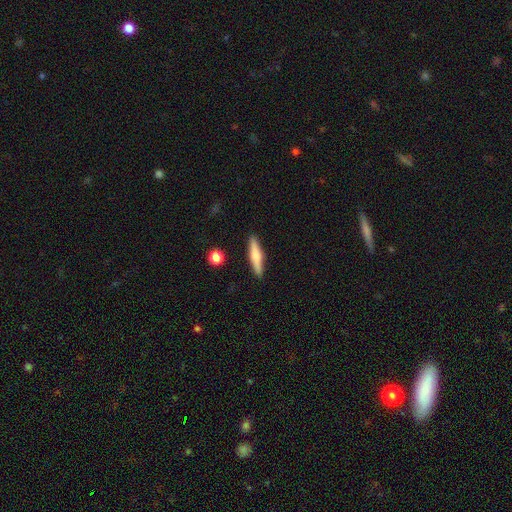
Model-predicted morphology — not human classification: smooth_or_featured: smooth (p=0.50) [alt: featured or disk p=0.44]
merging: none (p=0.90) [alt: minor disturbance p=0.07]